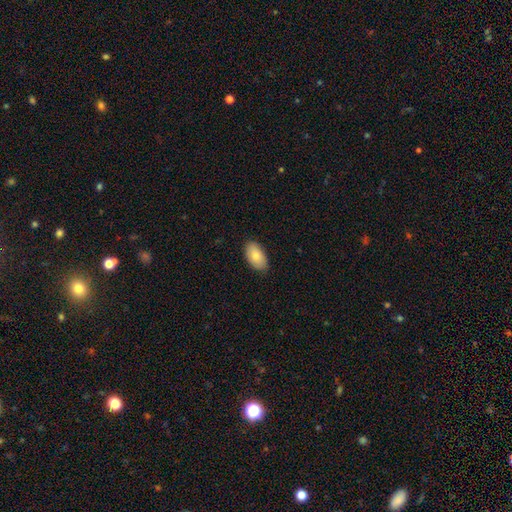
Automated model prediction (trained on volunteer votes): Smooth or featured? smooth (82%)
How rounded? in between (95%)
Merging? none (87%)